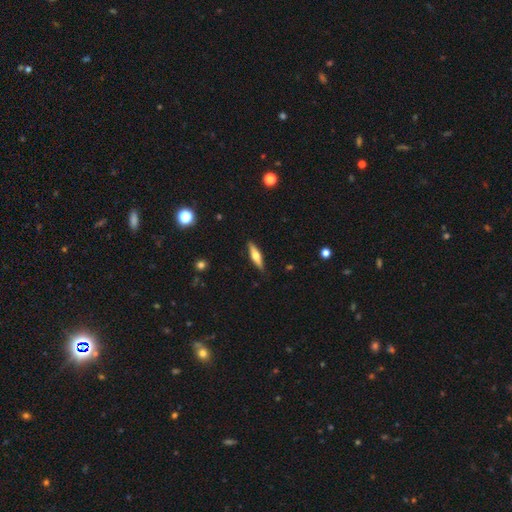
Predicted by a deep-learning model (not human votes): The model was most divided on "smooth or featured": featured or disk: 52%, smooth: 42%, star or artifact: 6%. More confident: edge-on disk — yes (93%); merging — none (88%).